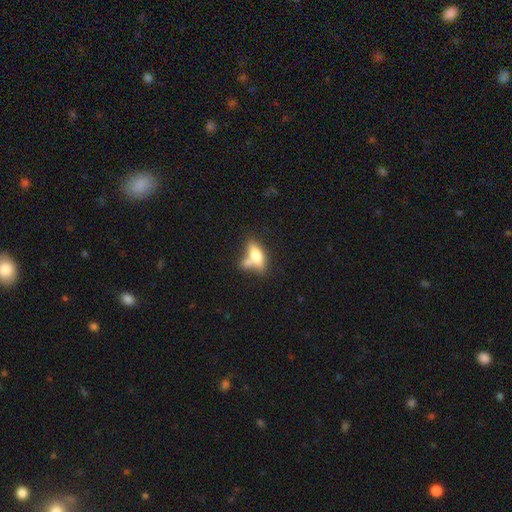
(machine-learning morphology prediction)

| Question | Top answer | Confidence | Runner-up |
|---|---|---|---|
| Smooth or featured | smooth | 69% | featured or disk (23%) |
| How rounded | in between | 74% | cigar-shaped (22%) |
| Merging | merger | 38% | tied: none (38%) |